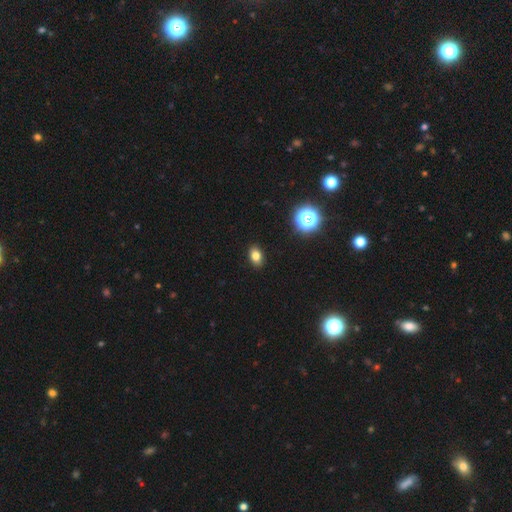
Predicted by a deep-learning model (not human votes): A smooth galaxy with no disk features (79%) that is in between round and cigar-shaped (80%). Merging: none (90%).